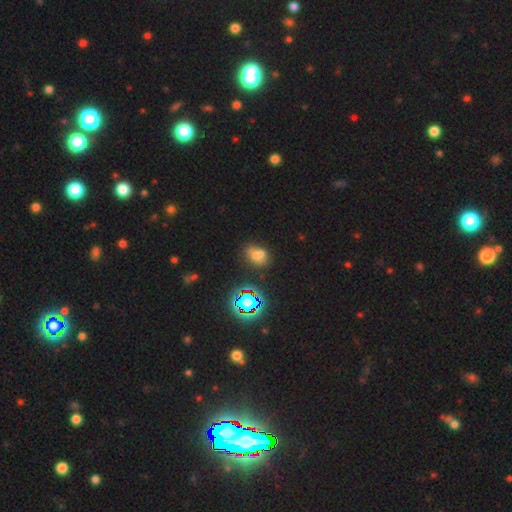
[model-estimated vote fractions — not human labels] Q: Smooth or featured?
A: smooth (57%); runner-up: star or artifact (29%)
Q: How rounded?
A: in between (62%); runner-up: round (36%)
Q: Merging?
A: none (50%); runner-up: merger (28%)